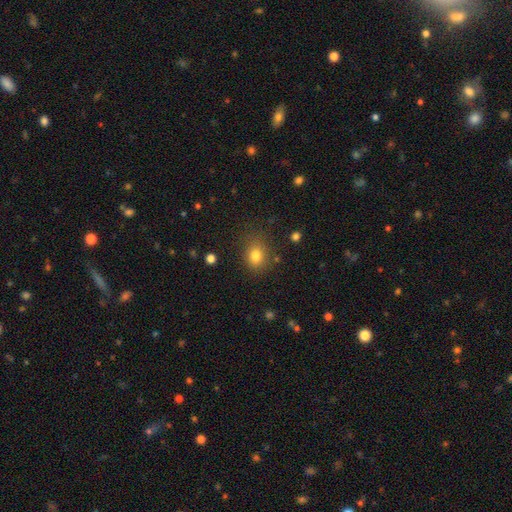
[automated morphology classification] smooth_or_featured: smooth (p=0.79) [alt: star or artifact p=0.13]
how_rounded: round (p=0.57) [alt: in between p=0.42]
merging: none (p=0.79) [alt: minor disturbance p=0.13]